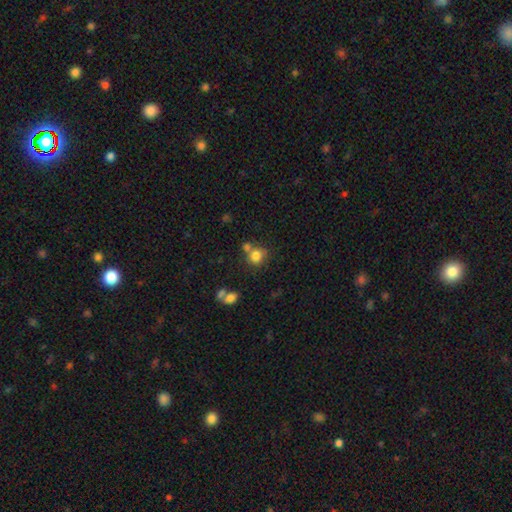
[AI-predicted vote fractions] This appears to be a smooth galaxy with no disk features (81%) that is round (78%). Merging: none (53%).